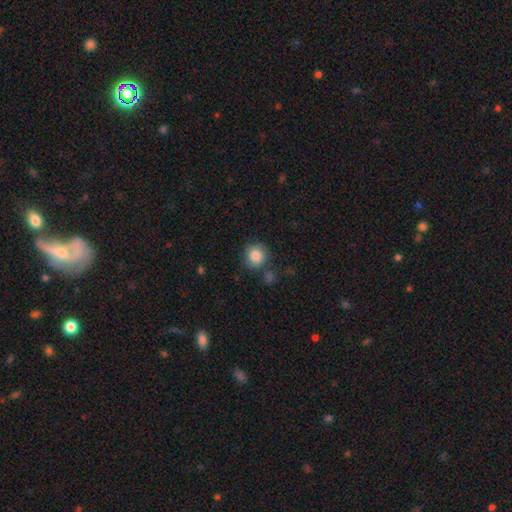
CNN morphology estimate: A smooth galaxy with no disk features (86%) that is round (90%). Merging: none (78%).